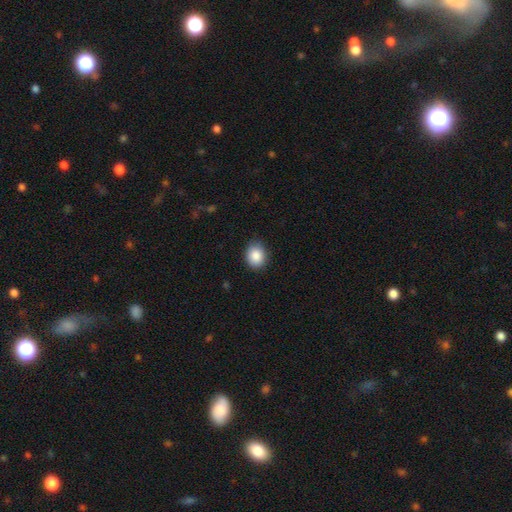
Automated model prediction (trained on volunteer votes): Morphology: type=smooth (87%); roundness=round (56%); merging=none (83%).